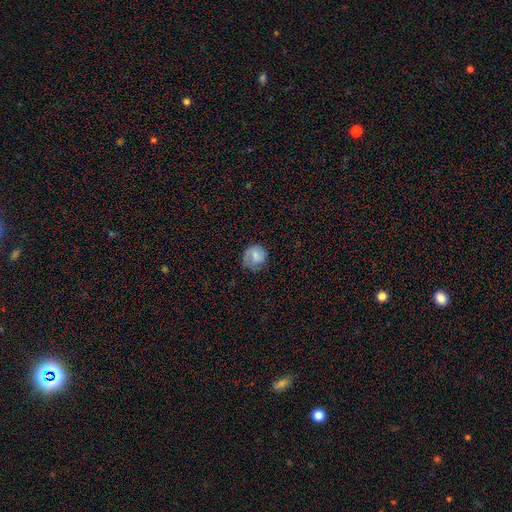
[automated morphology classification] Overall: smooth (70%). How rounded: round (87%). Merging: none (67%).